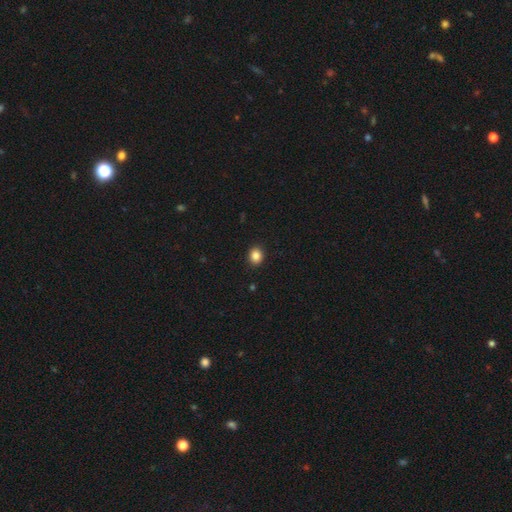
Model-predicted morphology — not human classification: Q: Smooth or featured?
A: smooth (86%); runner-up: star or artifact (10%)
Q: How rounded?
A: round (66%); runner-up: in between (33%)
Q: Merging?
A: none (92%); runner-up: minor disturbance (6%)